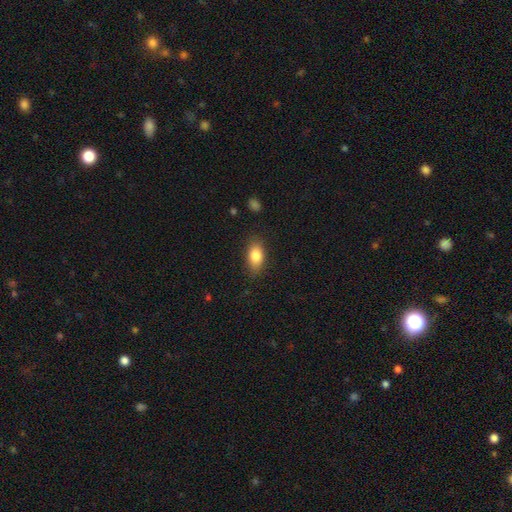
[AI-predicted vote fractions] A smooth galaxy with no disk features (83%) that is in between round and cigar-shaped (88%). Merging: none (84%).